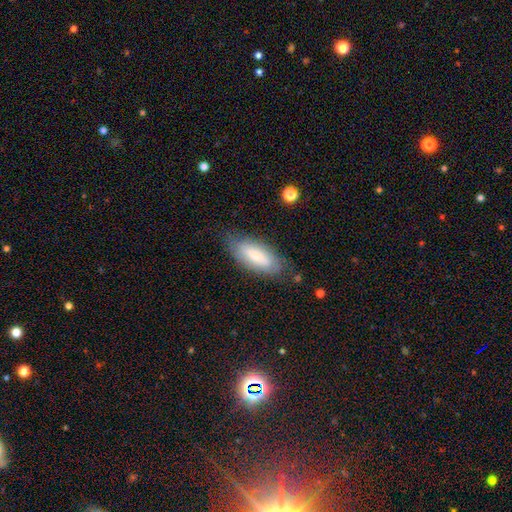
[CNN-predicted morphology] The model was most divided on "smooth or featured": smooth: 68%, featured or disk: 25%, star or artifact: 7%. More confident: how rounded — in between (76%); merging — none (75%).